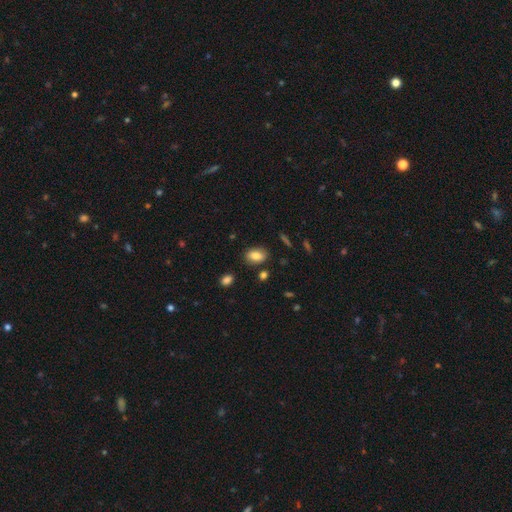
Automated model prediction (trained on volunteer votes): Smooth or featured?
  - smooth: 83% *
  - star or artifact: 9%
  - featured or disk: 9%
How rounded?
  - in between: 85% *
  - round: 14%
  - cigar-shaped: 2%
Merging?
  - none: 81% *
  - minor disturbance: 13%
  - major disturbance: 3%
  - merger: 3%